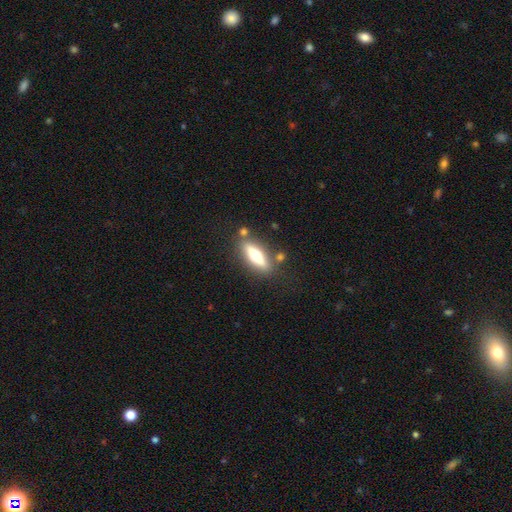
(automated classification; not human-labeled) Morphology: type=smooth (48%); merging=none (78%).